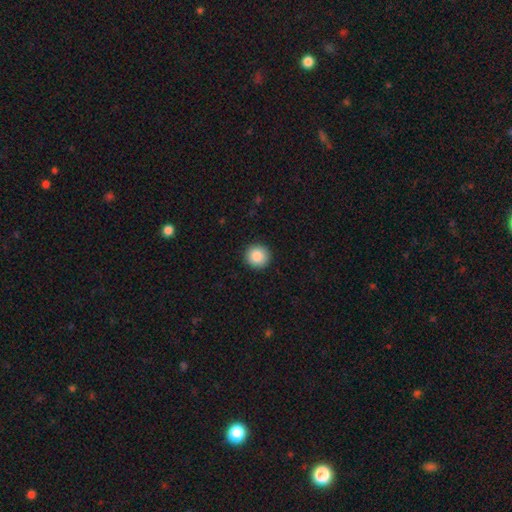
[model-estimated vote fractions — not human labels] Smooth or featured?
  - smooth: 87% *
  - star or artifact: 8%
  - featured or disk: 4%
How rounded?
  - round: 95% *
  - in between: 4%
  - cigar-shaped: 1%
Merging?
  - none: 92% *
  - minor disturbance: 5%
  - major disturbance: 2%
  - merger: 1%